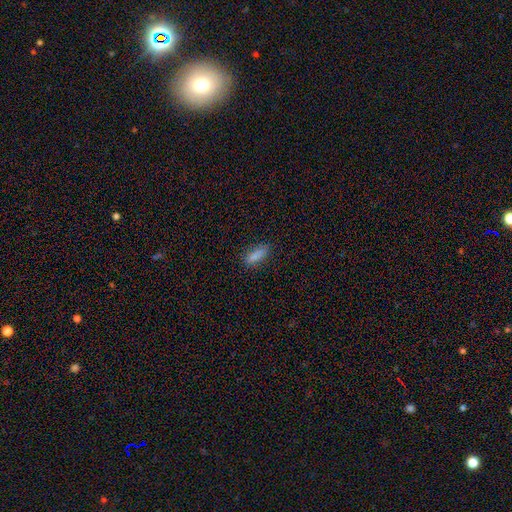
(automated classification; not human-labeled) Smooth or featured?
  - smooth: 83% *
  - star or artifact: 10%
  - featured or disk: 7%
How rounded?
  - in between: 65% *
  - cigar-shaped: 32%
  - round: 3%
Merging?
  - none: 80% *
  - minor disturbance: 15%
  - major disturbance: 4%
  - merger: 1%